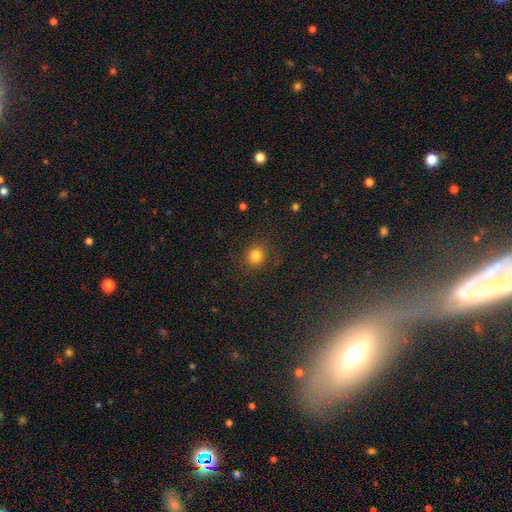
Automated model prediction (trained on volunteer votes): This is clearly a smooth galaxy (82%). How rounded: likely round (77%). Merging: clearly none (85%).